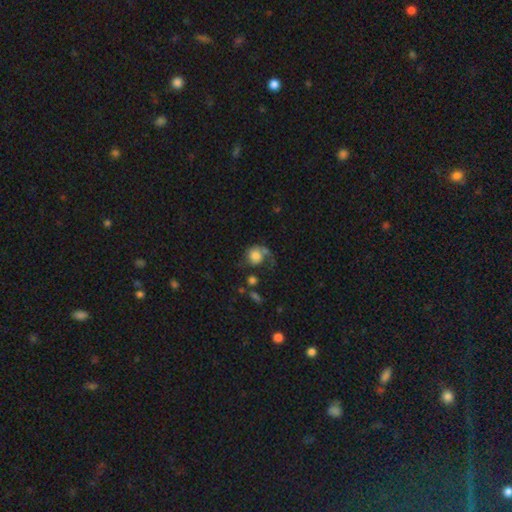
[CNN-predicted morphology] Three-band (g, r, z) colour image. It shows a smooth galaxy with no disk features (58%) that is round (76%). Merging: major disturbance (39%).